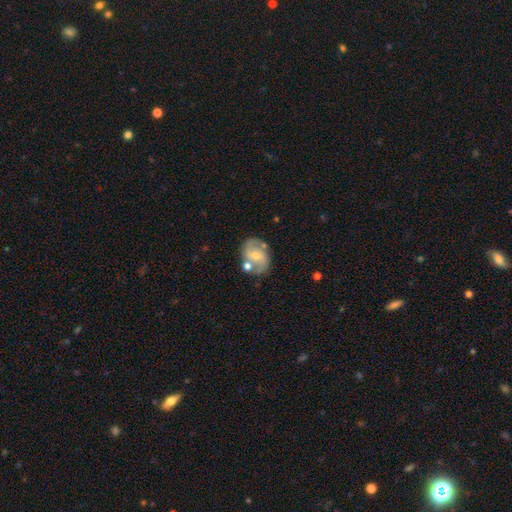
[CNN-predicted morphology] smooth_or_featured: featured or disk (p=0.69) [alt: smooth p=0.24]
disk_edge_on: no (p=0.97) [alt: yes p=0.03]
bar: weak (p=0.47) [alt: no p=0.35]
has_spiral_arms: yes (p=0.86) [alt: no p=0.14]
spiral_winding: medium (p=0.46) [alt: loose p=0.37]
spiral_arm_count: 2 (p=0.89) [alt: can't tell p=0.06]
bulge_size: small (p=0.49) [alt: moderate p=0.45]
merging: none (p=0.67) [alt: minor disturbance p=0.15]